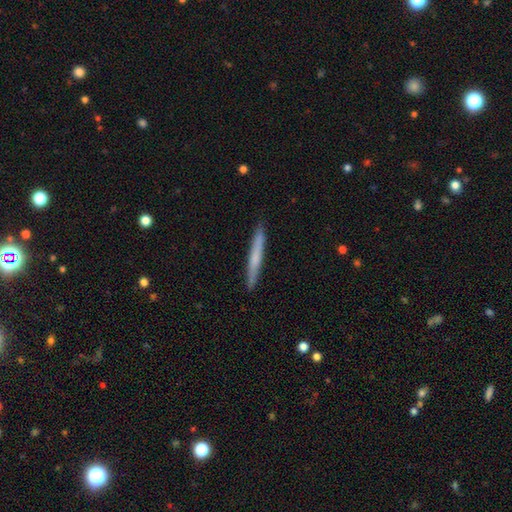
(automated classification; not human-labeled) The model was most divided on "smooth or featured": smooth: 56%, featured or disk: 38%, star or artifact: 6%. More confident: how rounded — cigar-shaped (97%); merging — none (91%).